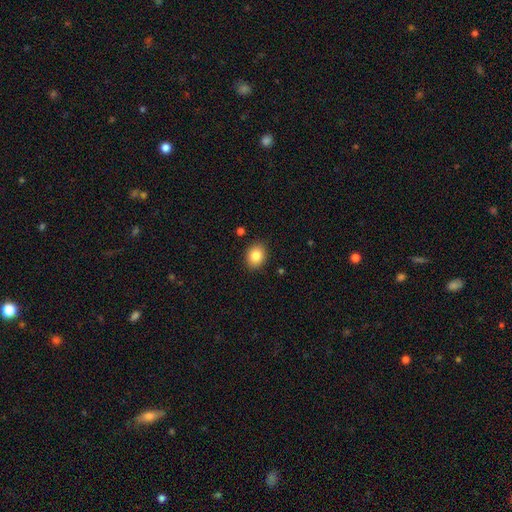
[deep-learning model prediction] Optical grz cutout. It shows a smooth galaxy with no disk features (84%) that is round (54%). Merging: none (89%).